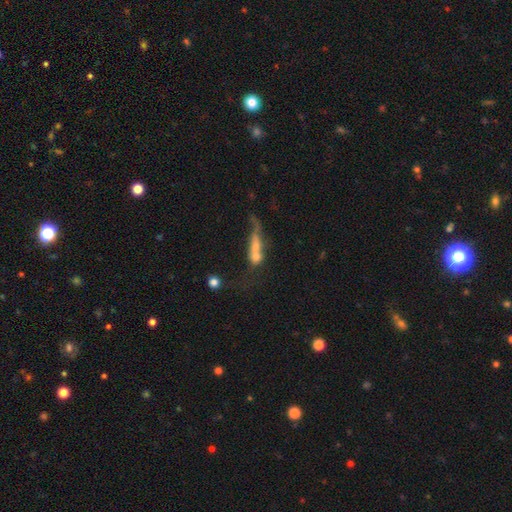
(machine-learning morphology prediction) smooth_or_featured: smooth (p=0.46) [alt: featured or disk p=0.40]
merging: merger (p=0.44) [alt: major disturbance p=0.26]